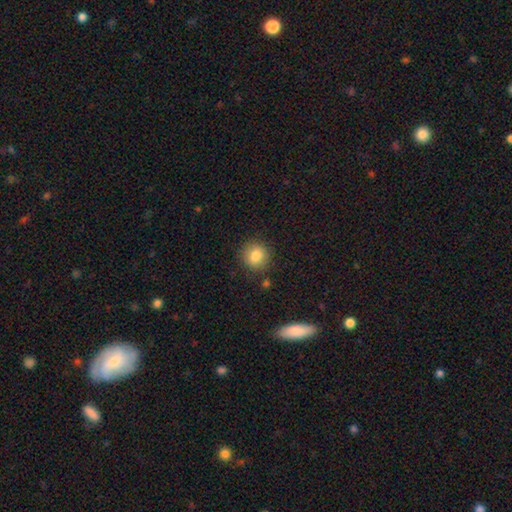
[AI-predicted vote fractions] smooth-or-featured: smooth: 84% | star or artifact: 9% | featured or disk: 7%
  how-rounded: round: 88% | in between: 11% | cigar-shaped: 1%
  merging: none: 86% | minor disturbance: 9% | major disturbance: 3% | merger: 2%